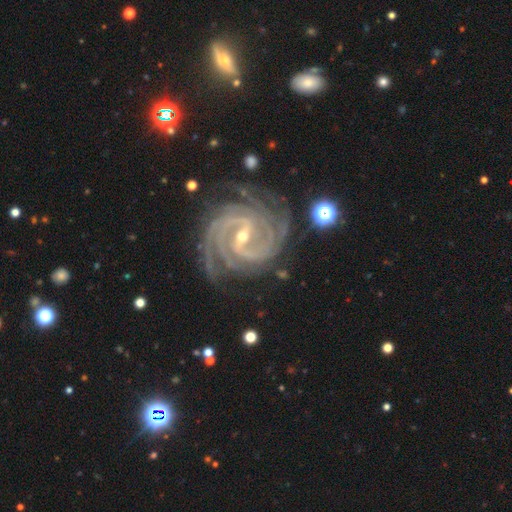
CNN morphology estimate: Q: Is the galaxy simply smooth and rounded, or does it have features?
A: featured or disk — 88%.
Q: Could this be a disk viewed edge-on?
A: no — 97%.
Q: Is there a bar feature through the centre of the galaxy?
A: weak — 44%.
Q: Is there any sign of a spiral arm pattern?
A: yes — 99%.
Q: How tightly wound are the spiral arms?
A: tight — 57%.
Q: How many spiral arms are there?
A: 2 — 47%.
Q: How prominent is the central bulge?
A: small — 68%.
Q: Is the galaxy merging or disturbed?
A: none — 77%.